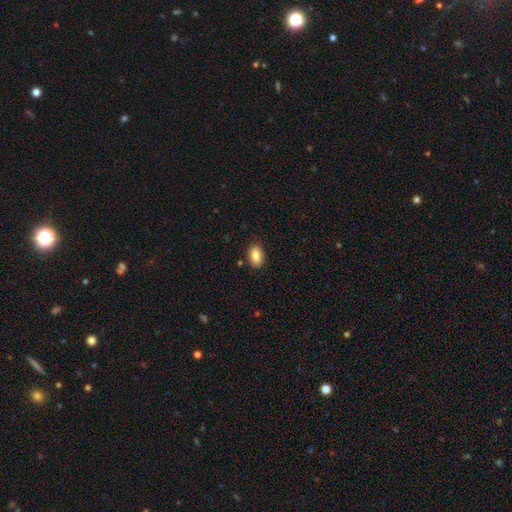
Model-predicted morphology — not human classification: Q: Smooth or featured?
A: smooth (87%); runner-up: star or artifact (7%)
Q: How rounded?
A: in between (92%); runner-up: round (6%)
Q: Merging?
A: none (86%); runner-up: minor disturbance (10%)